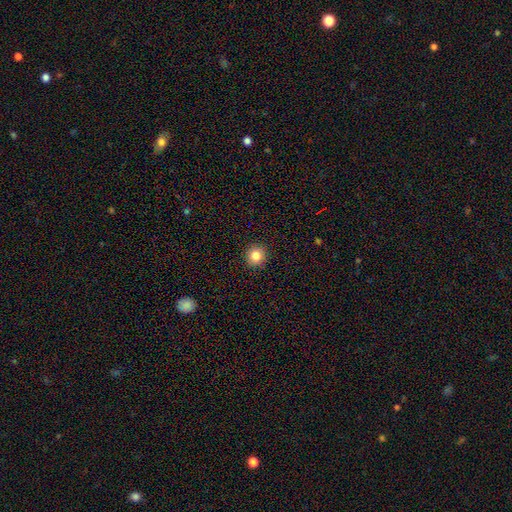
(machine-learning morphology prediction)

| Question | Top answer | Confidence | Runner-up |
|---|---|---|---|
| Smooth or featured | smooth | 84% | star or artifact (10%) |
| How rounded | round | 92% | in between (7%) |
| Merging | none | 93% | minor disturbance (5%) |